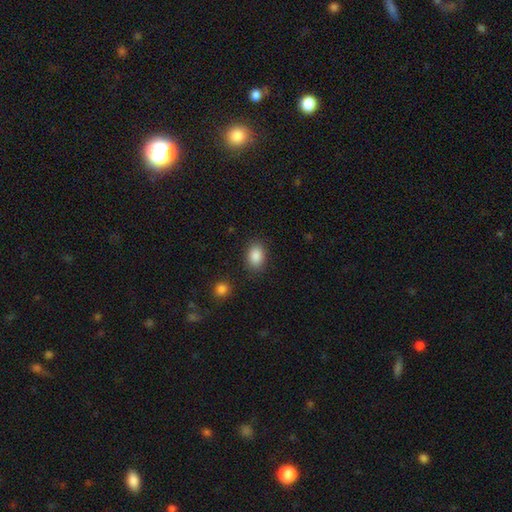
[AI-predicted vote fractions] Smooth or featured?
  - smooth: 88% *
  - star or artifact: 8%
  - featured or disk: 4%
How rounded?
  - in between: 77% *
  - round: 22%
  - cigar-shaped: 1%
Merging?
  - none: 85% *
  - minor disturbance: 10%
  - major disturbance: 3%
  - merger: 2%